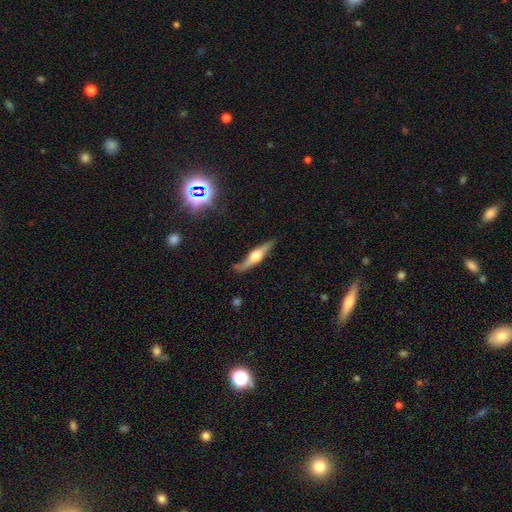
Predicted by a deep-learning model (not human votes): Q: Smooth or featured?
A: featured or disk (69%); runner-up: smooth (25%)
Q: Edge-on disk?
A: yes (94%); runner-up: no (6%)
Q: Edge-on bulge?
A: rounded (91%); runner-up: boxy (6%)
Q: Merging?
A: none (77%); runner-up: minor disturbance (17%)